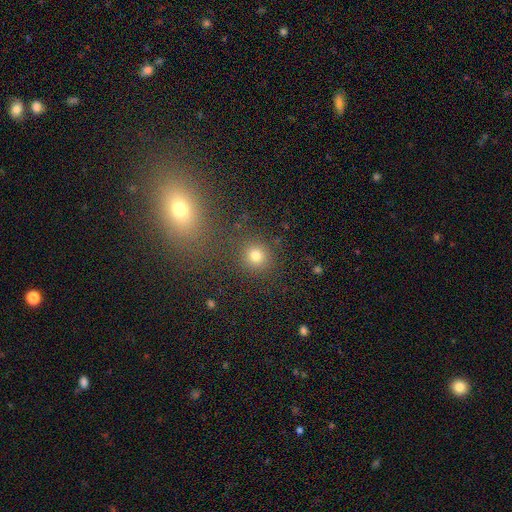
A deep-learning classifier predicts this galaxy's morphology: smooth_or_featured: smooth (p=0.77) [alt: star or artifact p=0.17]
how_rounded: round (p=0.90) [alt: in between p=0.09]
merging: none (p=0.83) [alt: minor disturbance p=0.07]